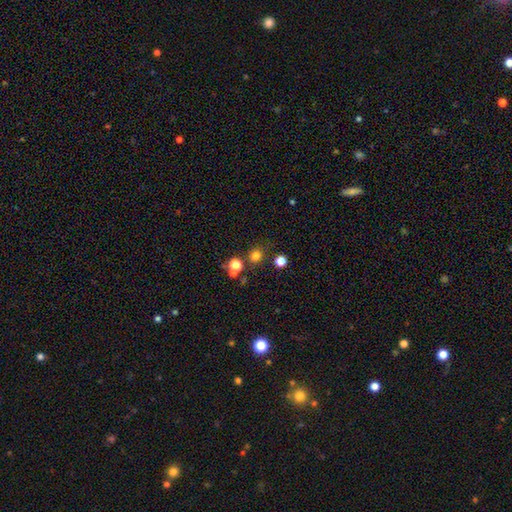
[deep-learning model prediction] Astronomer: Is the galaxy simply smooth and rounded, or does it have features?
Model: smooth — 76%.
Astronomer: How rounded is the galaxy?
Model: round — 88%.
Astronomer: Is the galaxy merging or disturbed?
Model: none — 78%.